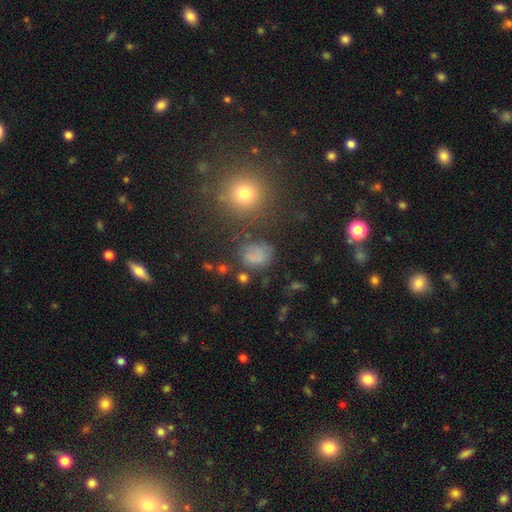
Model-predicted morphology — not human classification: Smooth or featured: smooth — 70% (star or artifact — 18%)
How rounded: round — 58% (in between — 41%)
Merging: none — 64% (minor disturbance — 20%)